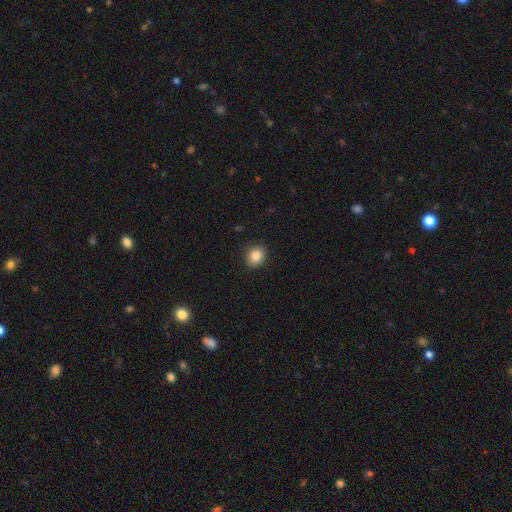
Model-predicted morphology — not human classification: This appears to be a smooth galaxy with no disk features (86%) that is round (55%). Merging: none (87%).